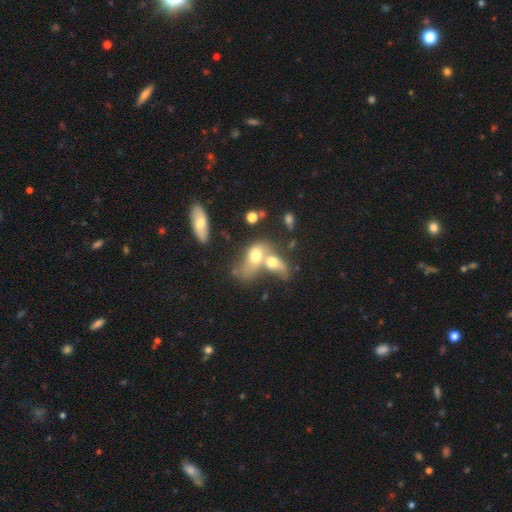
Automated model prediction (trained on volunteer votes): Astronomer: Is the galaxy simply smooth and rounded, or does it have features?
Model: smooth — 61%.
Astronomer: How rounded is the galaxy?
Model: in between — 77%.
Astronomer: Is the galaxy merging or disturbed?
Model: merger — 75%.